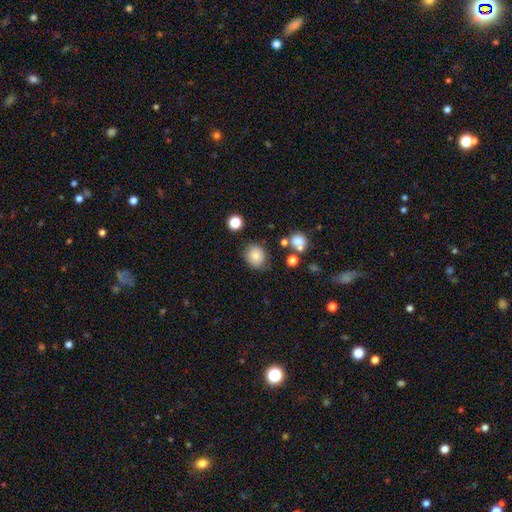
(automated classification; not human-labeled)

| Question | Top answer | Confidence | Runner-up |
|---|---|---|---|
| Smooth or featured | smooth | 78% | star or artifact (11%) |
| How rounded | round | 74% | in between (25%) |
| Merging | none | 75% | minor disturbance (16%) |